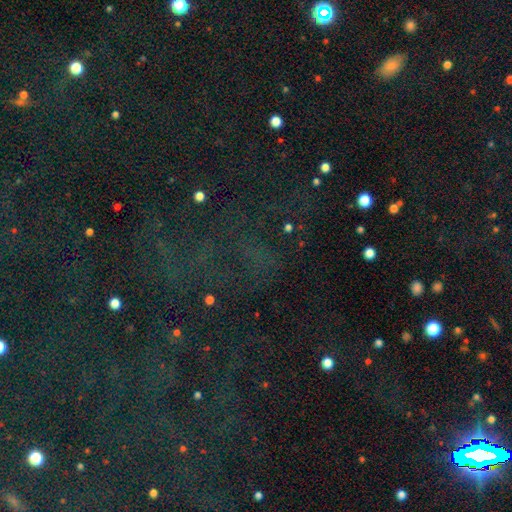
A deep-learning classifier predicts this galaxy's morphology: Smooth or featured? star or artifact (79%)